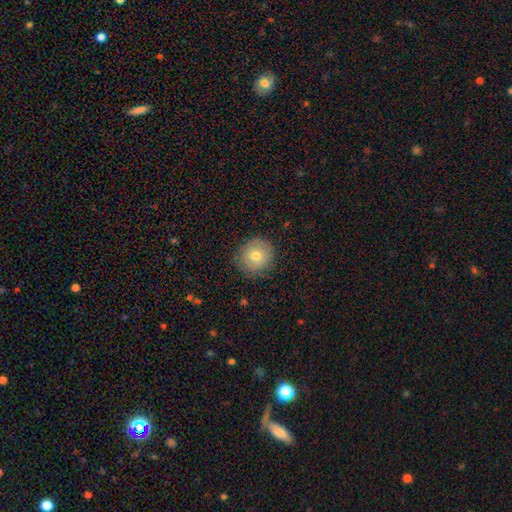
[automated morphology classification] smooth-or-featured: smooth: 73% | featured or disk: 18% | star or artifact: 10%
  how-rounded: round: 88% | in between: 11% | cigar-shaped: 1%
  merging: none: 84% | minor disturbance: 12% | major disturbance: 3% | merger: 1%